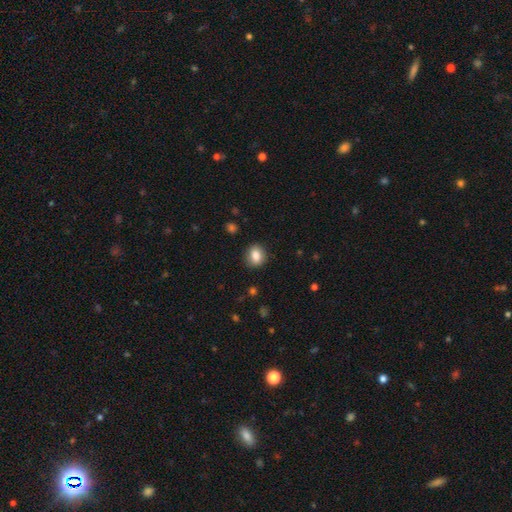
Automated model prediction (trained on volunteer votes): smooth_or_featured: smooth (p=0.83) [alt: star or artifact p=0.09]
how_rounded: round (p=0.61) [alt: in between p=0.38]
merging: none (p=0.88) [alt: minor disturbance p=0.09]